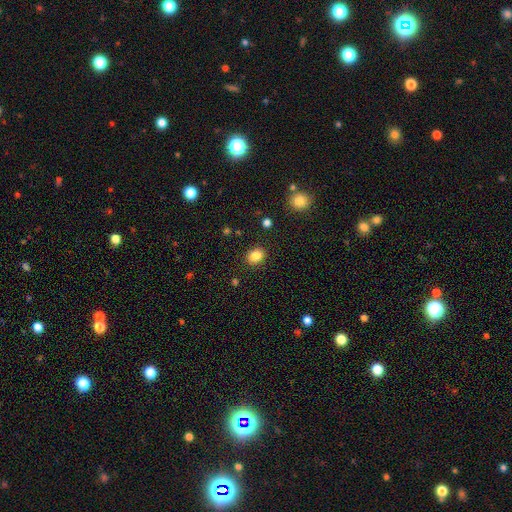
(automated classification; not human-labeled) A smooth galaxy with no disk features (84%) that is round (54%). Merging: none (88%).